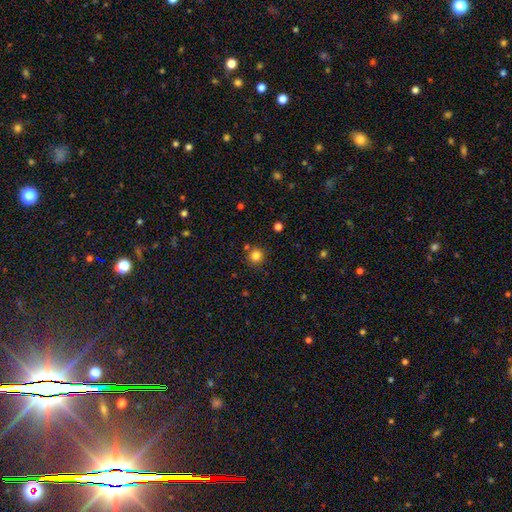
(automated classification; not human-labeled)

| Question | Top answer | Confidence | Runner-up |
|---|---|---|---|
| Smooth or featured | smooth | 82% | star or artifact (13%) |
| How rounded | round | 95% | in between (4%) |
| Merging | none | 83% | minor disturbance (8%) |